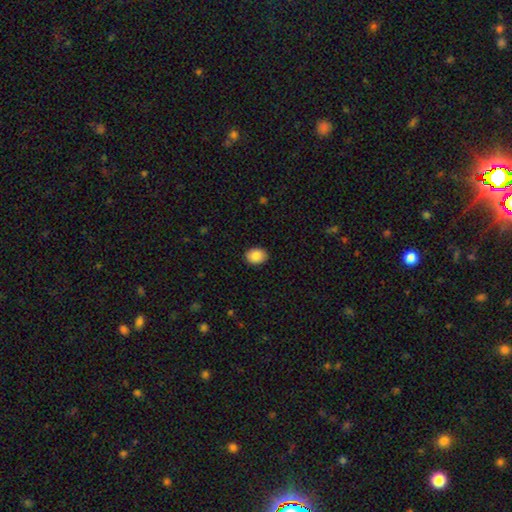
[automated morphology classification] This is clearly a smooth galaxy (86%). How rounded: likely in between (61%). Merging: clearly none (89%).